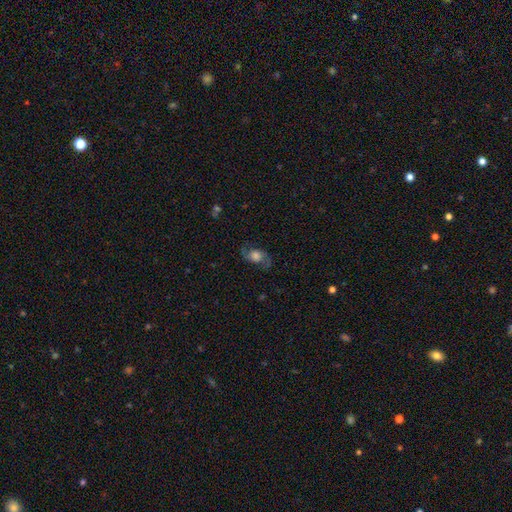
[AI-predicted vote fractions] A featured or disk galaxy (70%) with no bar (71%), 2 (93%) loose (51%) spiral arms (91%) and a large central bulge (48%).

Vote fractions:
- Smooth or featured? featured or disk: 70% / smooth: 21% / star or artifact: 8%
- Edge-on disk? no: 95% / yes: 5%
- Bar? no: 71% / weak: 25% / strong: 5%
- Spiral arms? yes: 91% / no: 9%
- Spiral winding? loose: 51% / medium: 40% / tight: 9%
- Spiral arm count? 2: 93% / can't tell: 3% / 1: 2% / 3: 1% / 4: 1% / more than 4: 1%
- Bulge size? large: 48% / moderate: 29% / dominant: 9% / small: 9% / none: 5%
- Merging? none: 77% / minor disturbance: 14% / major disturbance: 8% / merger: 1%